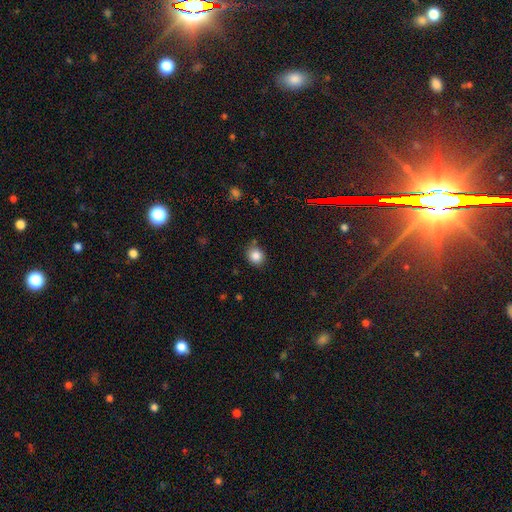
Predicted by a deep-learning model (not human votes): Smooth or featured?
  - smooth: 85% *
  - star or artifact: 11%
  - featured or disk: 5%
How rounded?
  - round: 77% *
  - in between: 22%
  - cigar-shaped: 1%
Merging?
  - none: 79% *
  - minor disturbance: 14%
  - merger: 4%
  - major disturbance: 3%